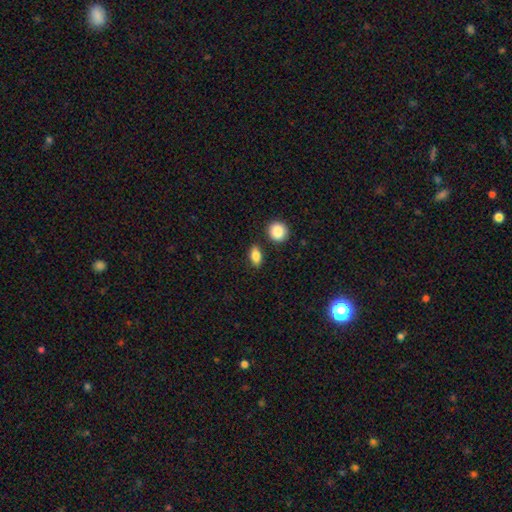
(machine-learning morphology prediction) A smooth galaxy with no disk features (84%) that is in between round and cigar-shaped (80%).

Vote fractions:
- Smooth or featured? smooth: 84% / star or artifact: 8% / featured or disk: 8%
- How rounded? in between: 80% / round: 14% / cigar-shaped: 6%
- Merging? none: 85% / minor disturbance: 9% / merger: 4% / major disturbance: 2%